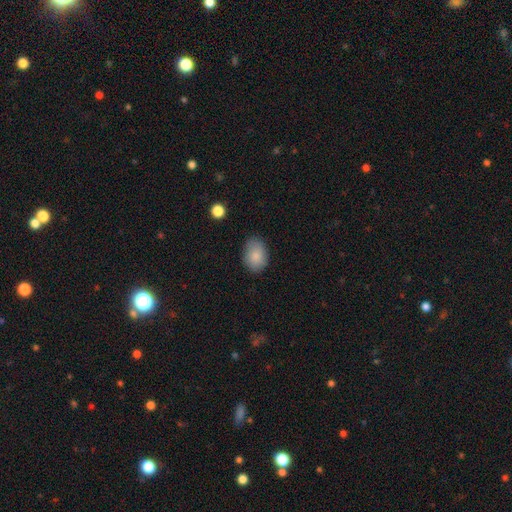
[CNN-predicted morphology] type=smooth (85%); roundness=in between (74%); merging=none (79%).